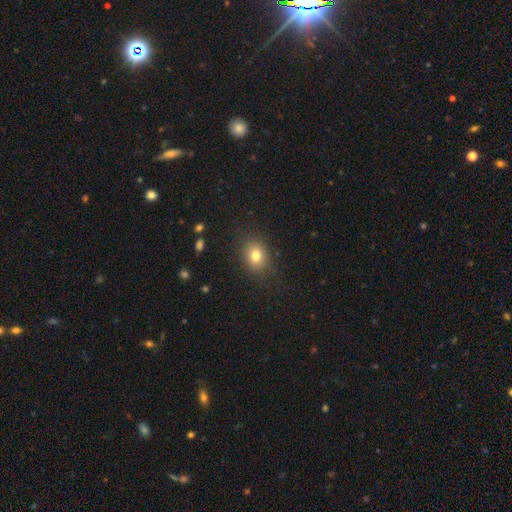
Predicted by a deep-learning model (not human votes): Smooth or featured? Predicted: smooth (p=0.79). How rounded? Predicted: in between (p=0.52). Merging? Predicted: none (p=0.85).